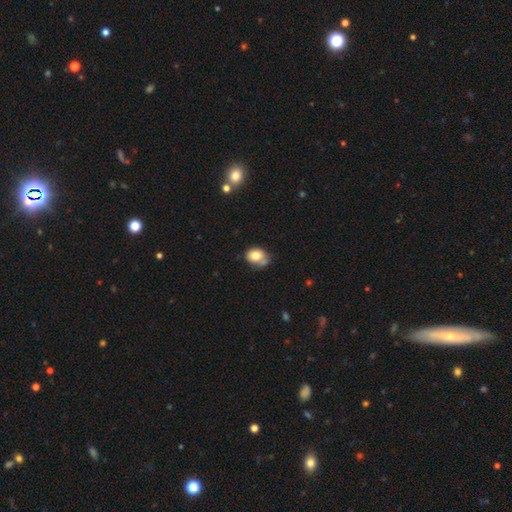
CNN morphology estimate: smooth_or_featured: smooth (p=0.77) [alt: featured or disk p=0.13]
how_rounded: in between (p=0.51) [alt: round p=0.48]
merging: none (p=0.48) [alt: minor disturbance p=0.30]